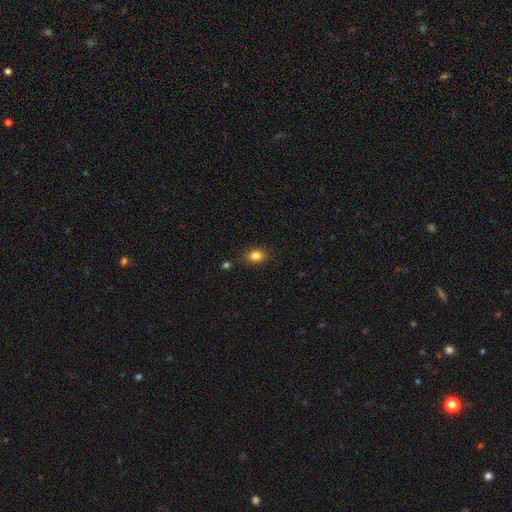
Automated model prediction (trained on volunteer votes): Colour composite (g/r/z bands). It shows a smooth galaxy with no disk features (84%) that is in between round and cigar-shaped (67%). Merging: none (86%).